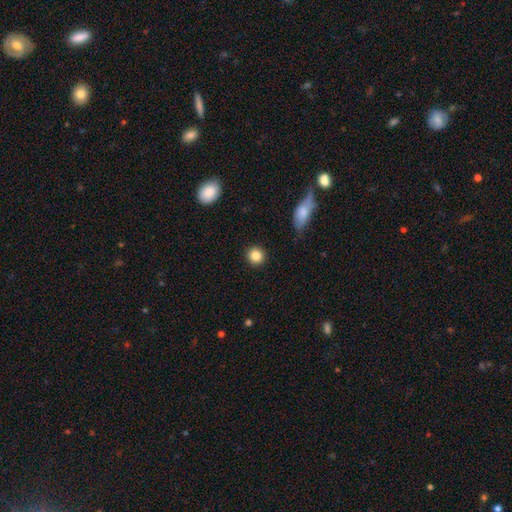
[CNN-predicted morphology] smooth 85%, star or artifact 10%, featured or disk 5%. Down the decision tree: how rounded — round (91%); merging — none (90%).